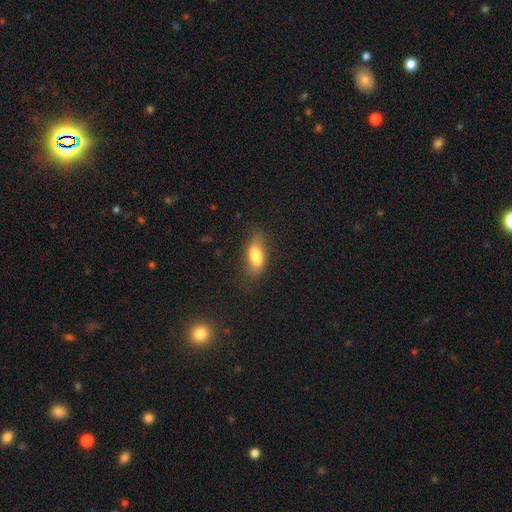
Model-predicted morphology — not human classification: Smooth or featured: smooth — 71% (featured or disk — 21%)
How rounded: in between — 78% (cigar-shaped — 19%)
Merging: none — 63% (minor disturbance — 24%)